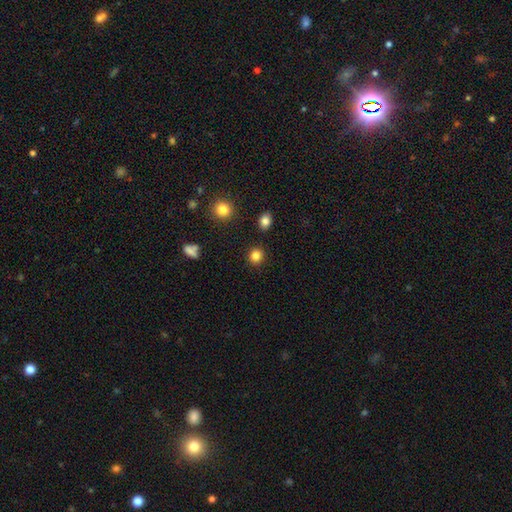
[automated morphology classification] Smooth or featured? smooth (84%)
How rounded? round (85%)
Merging? none (90%)